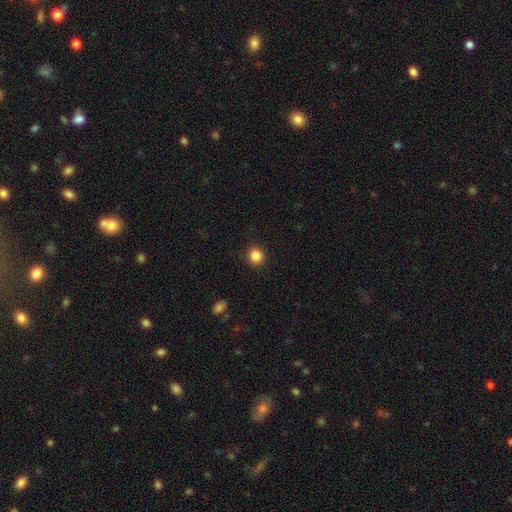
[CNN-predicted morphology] Q: Smooth or featured?
A: smooth (86%); runner-up: star or artifact (11%)
Q: How rounded?
A: round (91%); runner-up: in between (8%)
Q: Merging?
A: none (92%); runner-up: minor disturbance (5%)